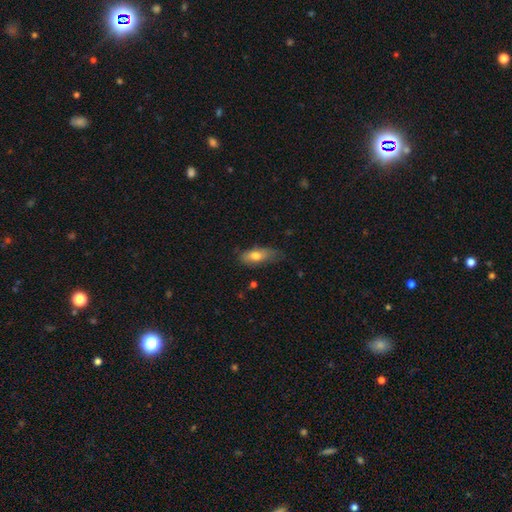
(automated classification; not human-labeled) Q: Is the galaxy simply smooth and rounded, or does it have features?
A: smooth — 73%.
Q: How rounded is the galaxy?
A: in between — 77%.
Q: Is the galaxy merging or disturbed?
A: none — 55%.